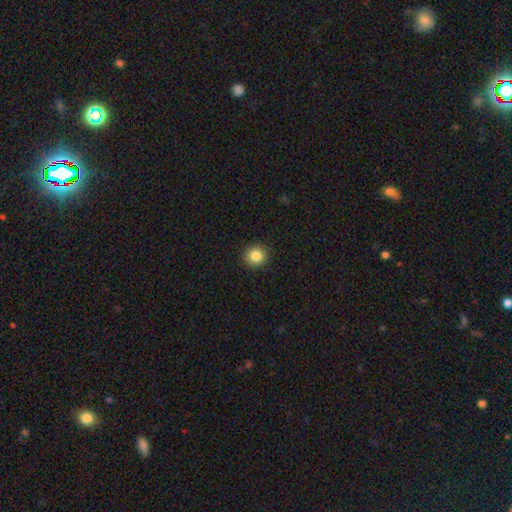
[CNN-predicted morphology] smooth-or-featured: smooth: 85% | star or artifact: 10% | featured or disk: 5%
  how-rounded: round: 92% | in between: 7% | cigar-shaped: 1%
  merging: none: 92% | minor disturbance: 5% | major disturbance: 2% | merger: 1%